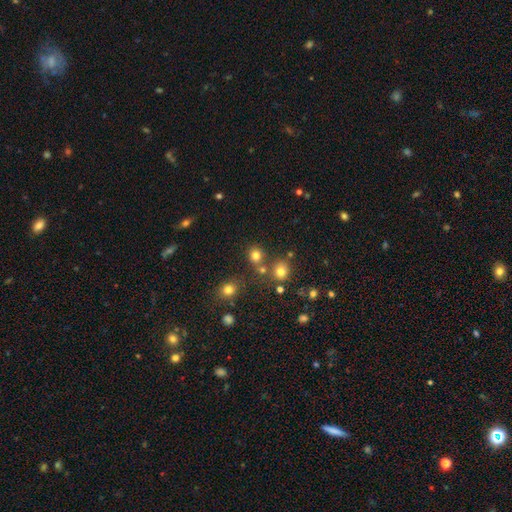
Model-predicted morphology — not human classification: A smooth galaxy with no disk features (77%) that is round (85%).

Vote fractions:
- Smooth or featured? smooth: 77% / star or artifact: 17% / featured or disk: 7%
- How rounded? round: 85% / in between: 14% / cigar-shaped: 1%
- Merging? none: 70% / merger: 17% / minor disturbance: 9% / major disturbance: 4%